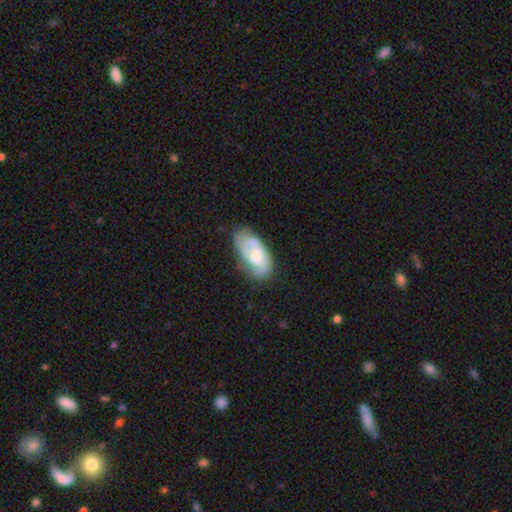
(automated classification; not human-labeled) Q: Smooth or featured?
A: featured or disk (58%); runner-up: smooth (36%)
Q: Edge-on disk?
A: no (94%); runner-up: yes (6%)
Q: Bar?
A: no (68%); runner-up: weak (28%)
Q: Spiral arms?
A: yes (79%); runner-up: no (21%)
Q: Bulge size?
A: moderate (49%); runner-up: small (37%)
Q: Merging?
A: none (55%); runner-up: minor disturbance (29%)